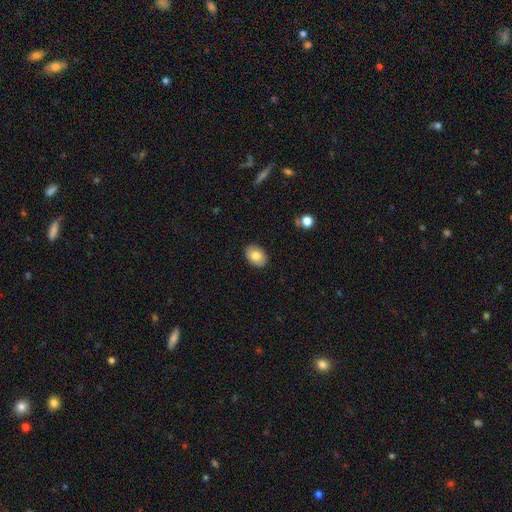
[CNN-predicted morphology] This is likely a smooth galaxy (78%). How rounded: likely in between (76%). Merging: clearly none (88%).